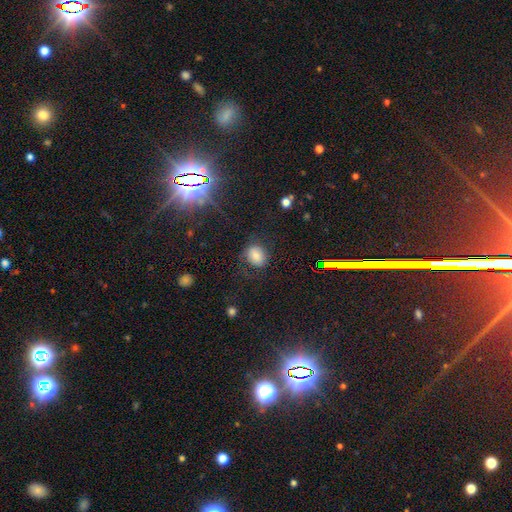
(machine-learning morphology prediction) Overall: smooth (66%). How rounded: round (55%; in between 44%). Merging: none (67%).